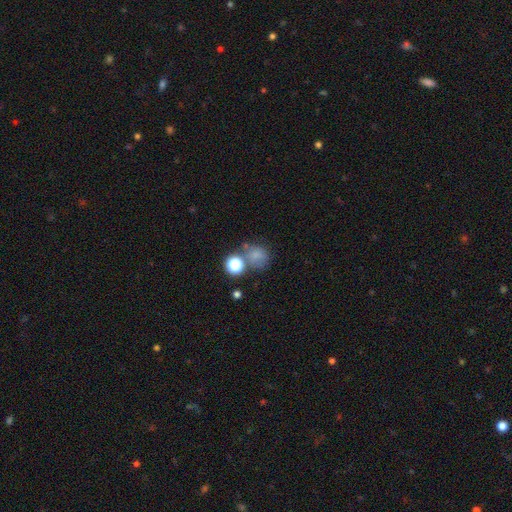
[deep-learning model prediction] smooth_or_featured: smooth (p=0.70) [alt: star or artifact p=0.20]
how_rounded: round (p=0.75) [alt: in between p=0.24]
merging: none (p=0.53) [alt: merger p=0.21]